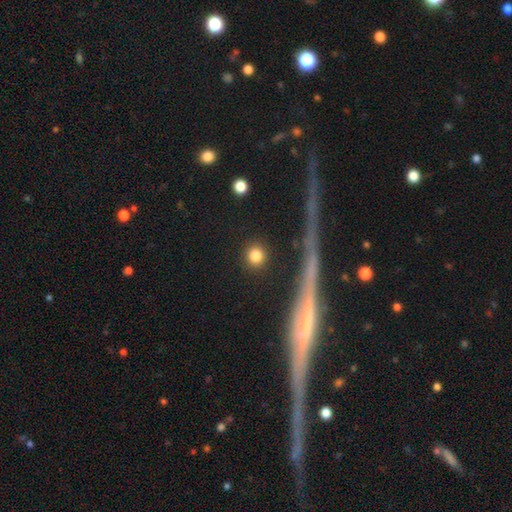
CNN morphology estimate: Smooth or featured? Predicted: smooth (p=0.83). How rounded? Predicted: round (p=0.94). Merging? Predicted: none (p=0.91).